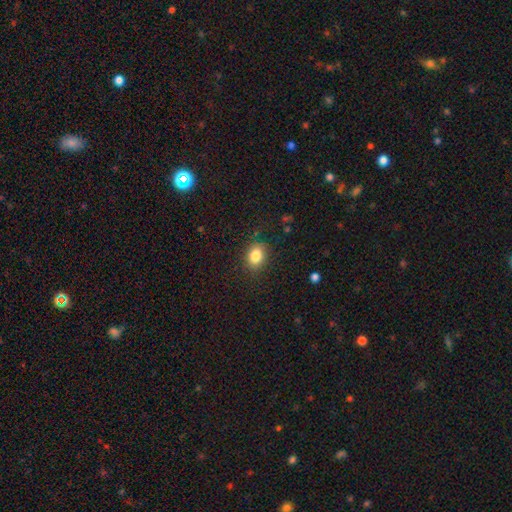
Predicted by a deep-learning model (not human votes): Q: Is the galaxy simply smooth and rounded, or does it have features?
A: smooth — 84%.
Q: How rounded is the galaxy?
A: in between — 60%.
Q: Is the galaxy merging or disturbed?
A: none — 84%.